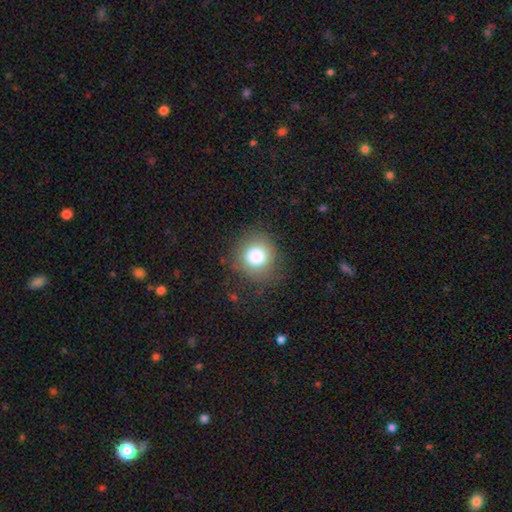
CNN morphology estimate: smooth-or-featured: smooth: 81% | star or artifact: 11% | featured or disk: 8%
  how-rounded: round: 90% | in between: 9% | cigar-shaped: 1%
  merging: none: 81% | minor disturbance: 12% | major disturbance: 6% | merger: 1%